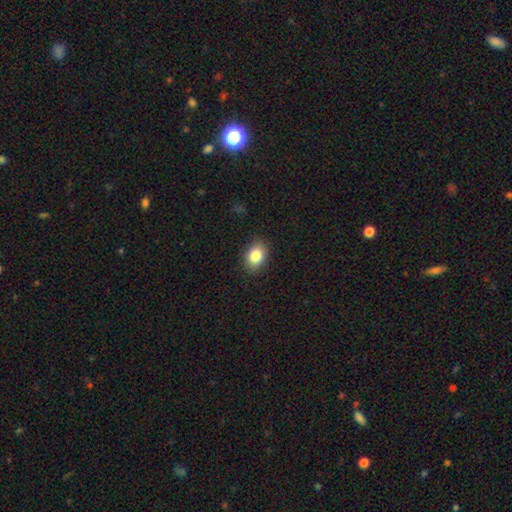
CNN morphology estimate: smooth_or_featured: smooth (p=0.83) [alt: star or artifact p=0.09]
how_rounded: in between (p=0.73) [alt: round p=0.25]
merging: none (p=0.87) [alt: minor disturbance p=0.10]